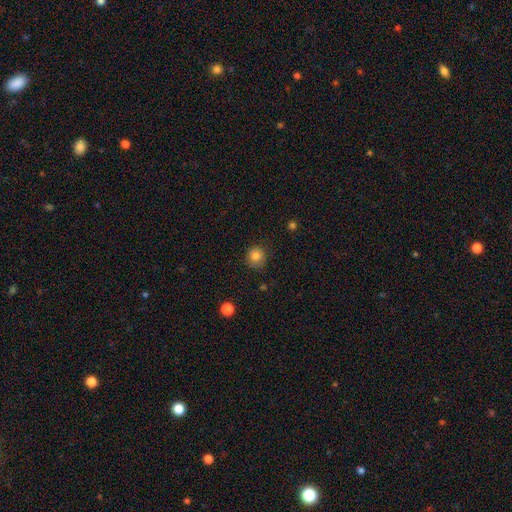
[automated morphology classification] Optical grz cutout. It shows a smooth galaxy with no disk features (83%) that is round (90%). Merging: none (83%).